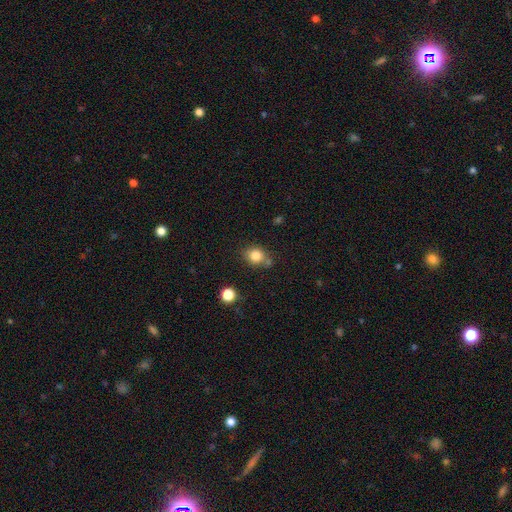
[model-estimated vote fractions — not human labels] smooth-or-featured: smooth: 83% | star or artifact: 11% | featured or disk: 7%
  how-rounded: round: 67% | in between: 32% | cigar-shaped: 1%
  merging: none: 68% | minor disturbance: 16% | merger: 11% | major disturbance: 4%